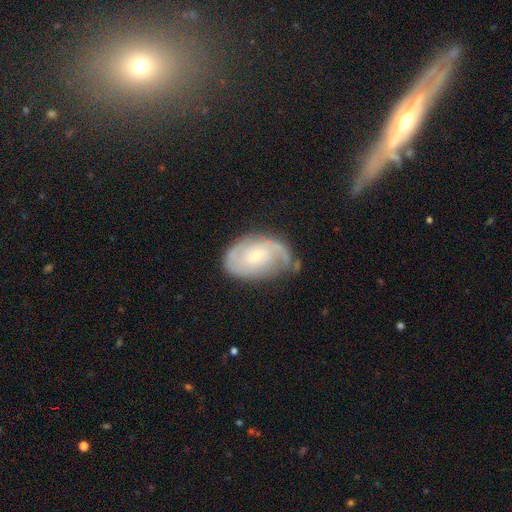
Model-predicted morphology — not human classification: This appears to be a featured or disk galaxy (75%) with no bar (59%), 2 (53%) tight (49%) spiral arms (91%) and a small central bulge (62%). Merging: none (60%).